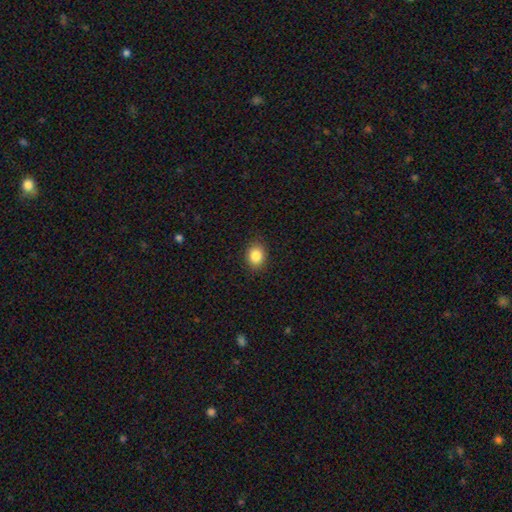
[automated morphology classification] The model was most divided on "how rounded": in between: 58%, round: 41%, cigar-shaped: 1%. More confident: merging — none (88%); smooth or featured — smooth (85%).